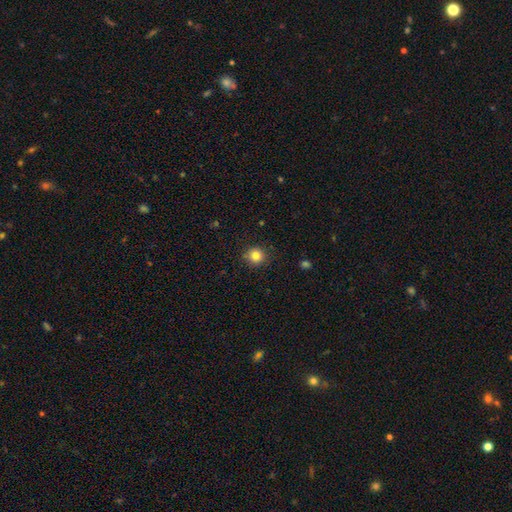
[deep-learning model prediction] The model was most divided on "smooth or featured": smooth: 83%, star or artifact: 12%, featured or disk: 6%. More confident: how rounded — round (93%); merging — none (90%).